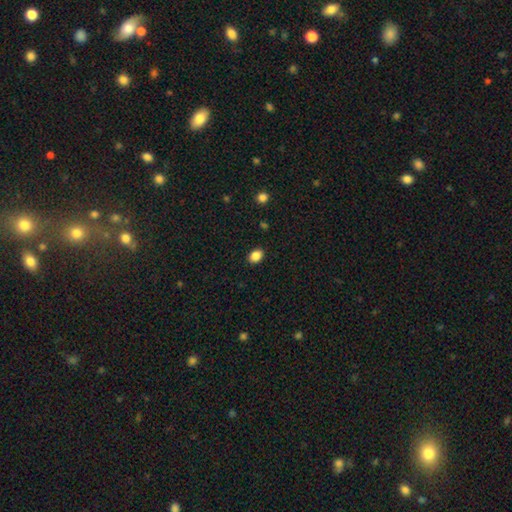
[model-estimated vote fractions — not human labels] The model was most divided on "how rounded": in between: 72%, round: 27%, cigar-shaped: 1%. More confident: merging — none (89%); smooth or featured — smooth (87%).